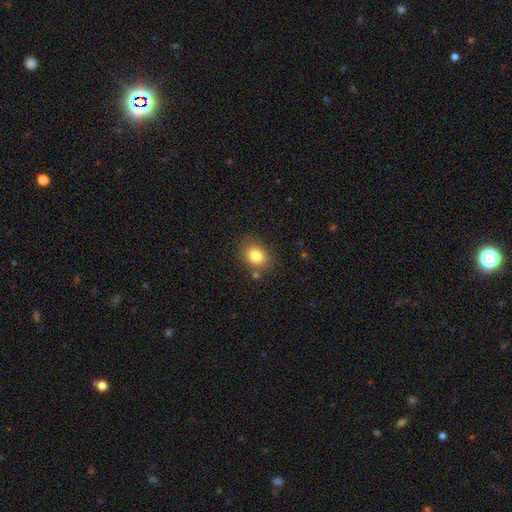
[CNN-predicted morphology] Smooth or featured? smooth (81%)
How rounded? round (52%)
Merging? none (78%)